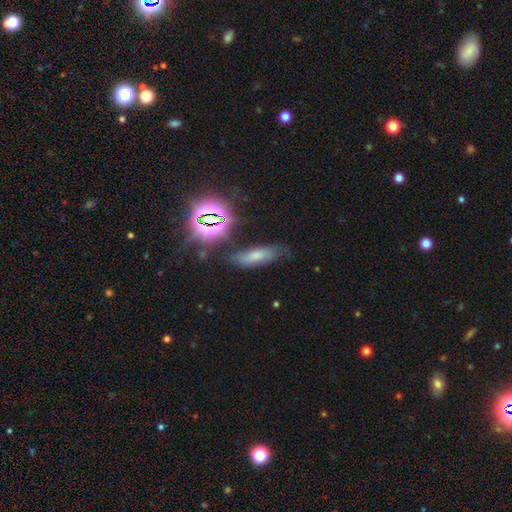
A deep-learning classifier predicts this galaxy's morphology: type=smooth (52%); roundness=in between (56%); merging=none (63%).